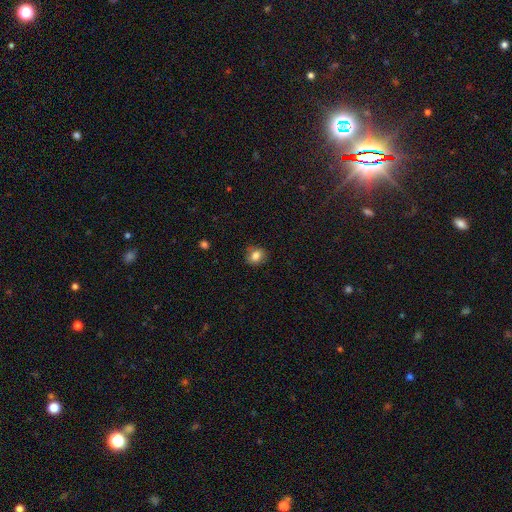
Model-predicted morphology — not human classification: type=smooth (80%); roundness=round (65%); merging=none (82%).